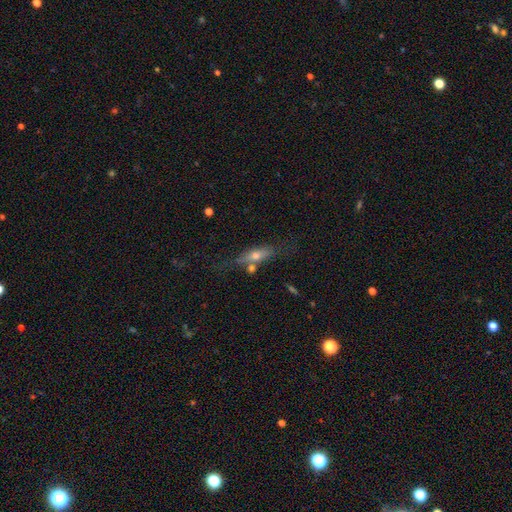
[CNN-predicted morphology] The model was most divided on "smooth or featured": featured or disk: 48%, smooth: 42%, star or artifact: 10%. More confident: merging — none (62%).